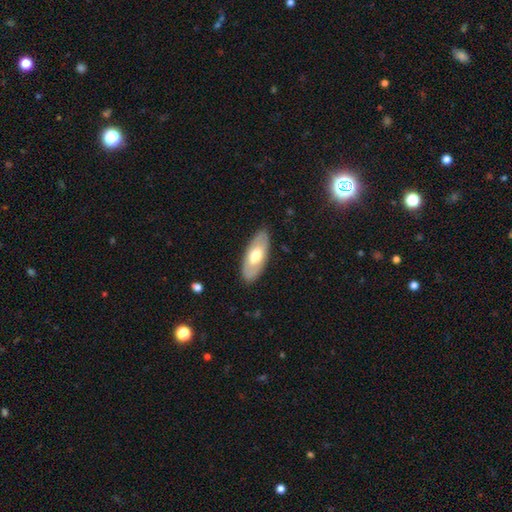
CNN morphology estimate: Smooth or featured? Predicted: smooth (p=0.55). How rounded? Predicted: in between (p=0.87). Merging? Predicted: none (p=0.86).